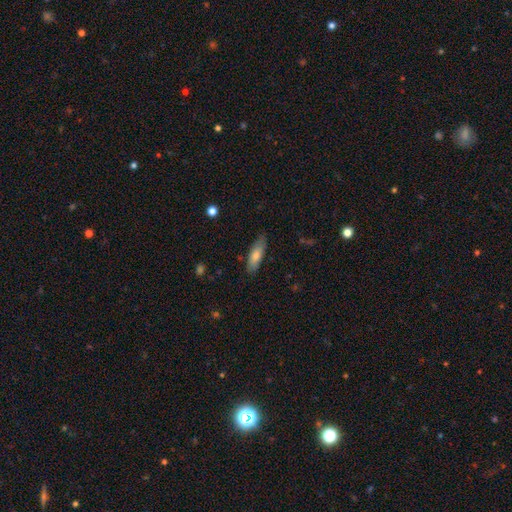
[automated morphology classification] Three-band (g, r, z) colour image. It shows a smooth galaxy with no disk features (74%) that is in between round and cigar-shaped (53%). Merging: none (80%).